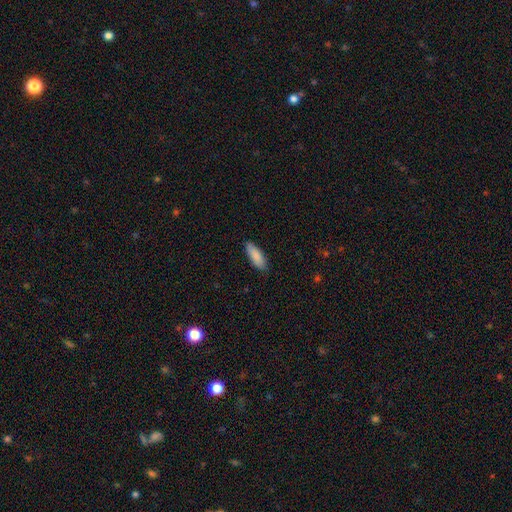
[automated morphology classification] This appears to be a smooth galaxy with no disk features (88%) that is in between round and cigar-shaped (70%). Merging: none (85%).